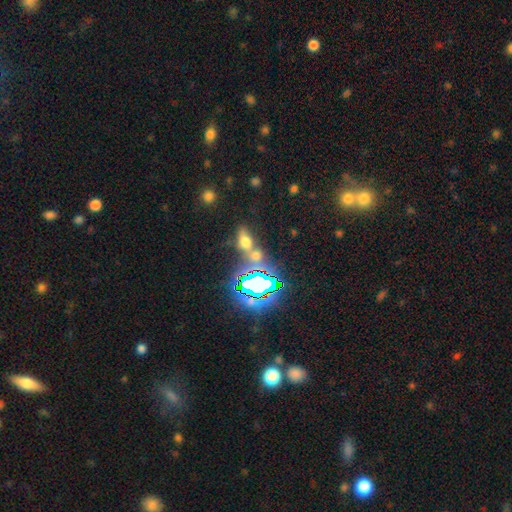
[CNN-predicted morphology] This is possibly a star or artifact rather than a galaxy (45%).